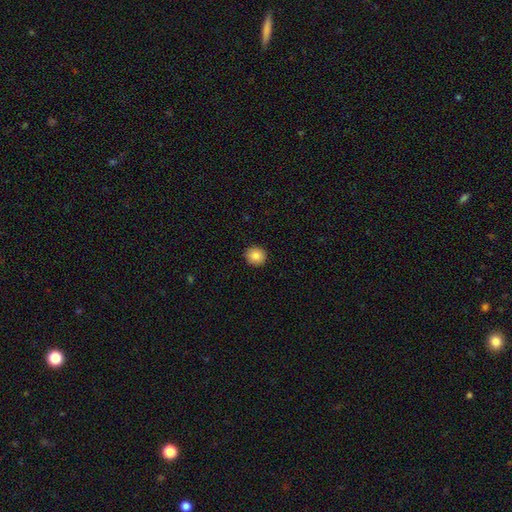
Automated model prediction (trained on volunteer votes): Morphology: type=smooth (86%); roundness=round (88%); merging=none (92%).